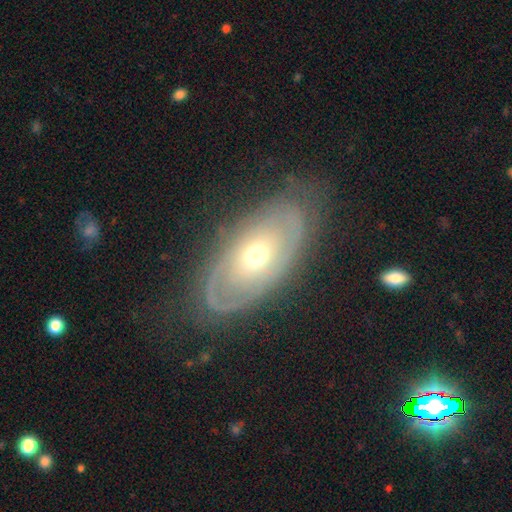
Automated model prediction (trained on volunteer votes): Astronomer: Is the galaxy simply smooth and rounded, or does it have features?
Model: featured or disk — 67%.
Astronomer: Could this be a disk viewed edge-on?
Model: no — 89%.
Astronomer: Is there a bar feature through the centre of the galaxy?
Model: no — 80%.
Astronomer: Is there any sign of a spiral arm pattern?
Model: yes — 61% (runner-up: no, 39%).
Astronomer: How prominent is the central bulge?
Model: moderate — 57% (runner-up: small, 36%).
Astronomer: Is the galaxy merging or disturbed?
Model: none — 74%.